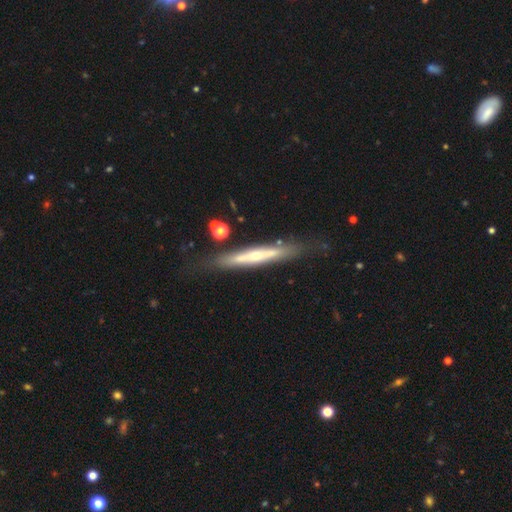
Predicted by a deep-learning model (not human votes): The model was most divided on "smooth or featured": featured or disk: 66%, smooth: 28%, star or artifact: 6%. More confident: edge-on disk — yes (88%); merging — none (77%); edge-on bulge — rounded (71%).